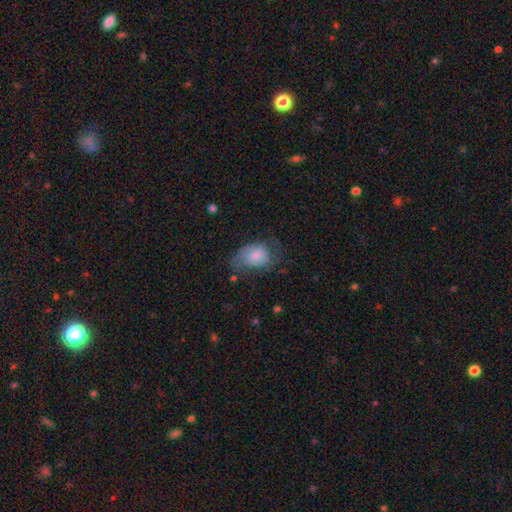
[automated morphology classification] type=smooth (68%); roundness=in between (73%); merging=none (41%).